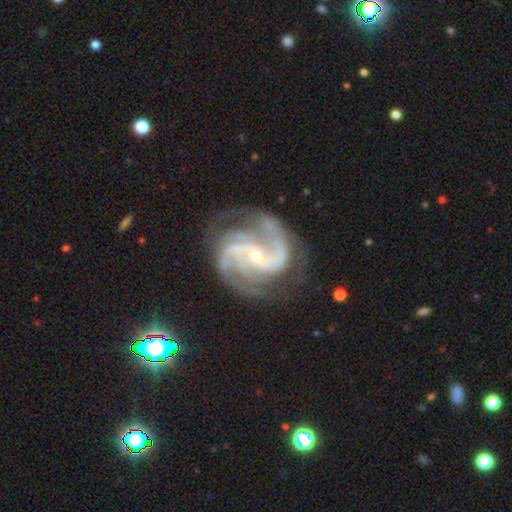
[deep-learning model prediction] A featured or disk galaxy (92%) with no bar (40%), 2 (51%) medium (57%) spiral arms (98%) and a small central bulge (78%).

Vote fractions:
- Smooth or featured? featured or disk: 92% / star or artifact: 5% / smooth: 3%
- Edge-on disk? no: 98% / yes: 2%
- Bar? no: 40% / weak: 36% / strong: 23%
- Spiral arms? yes: 98% / no: 2%
- Spiral winding? medium: 57% / tight: 27% / loose: 16%
- Spiral arm count? 2: 51% / 3: 25% / can't tell: 7% / 4: 7% / 1: 5% / more than 4: 5%
- Bulge size? small: 78% / moderate: 18% / none: 2% / large: 1% / dominant: 1%
- Merging? none: 71% / minor disturbance: 18% / major disturbance: 10% / merger: 2%